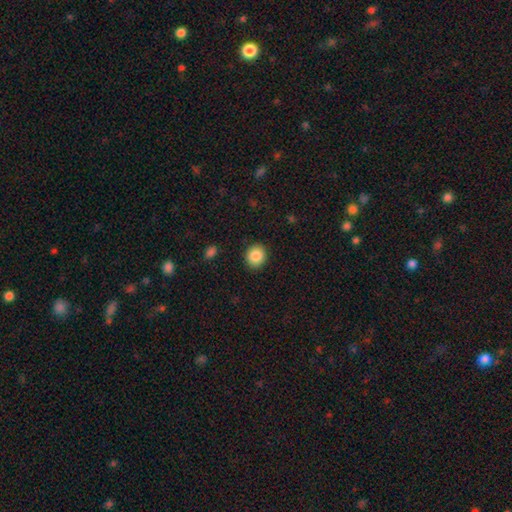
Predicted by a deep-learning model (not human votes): smooth-or-featured: smooth: 87% | star or artifact: 8% | featured or disk: 4%
  how-rounded: round: 71% | in between: 28% | cigar-shaped: 1%
  merging: none: 90% | minor disturbance: 7% | major disturbance: 2% | merger: 1%